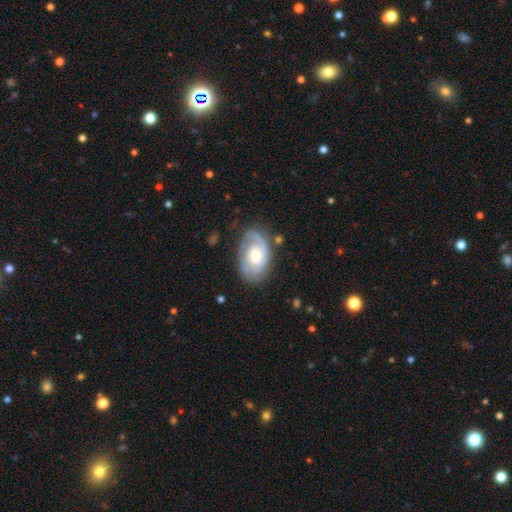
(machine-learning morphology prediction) Q: Smooth or featured?
A: featured or disk (75%); runner-up: smooth (19%)
Q: Edge-on disk?
A: no (96%); runner-up: yes (4%)
Q: Bar?
A: no (65%); runner-up: weak (30%)
Q: Spiral arms?
A: yes (90%); runner-up: no (10%)
Q: Spiral winding?
A: tight (55%); runner-up: medium (33%)
Q: Spiral arm count?
A: 2 (47%); runner-up: 1 (22%)
Q: Bulge size?
A: moderate (66%); runner-up: small (18%)
Q: Merging?
A: none (72%); runner-up: minor disturbance (19%)